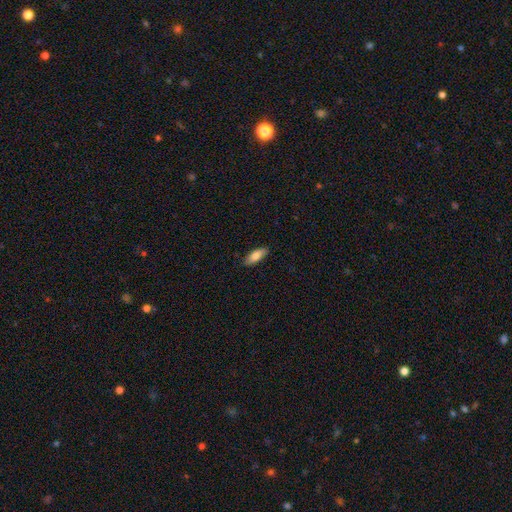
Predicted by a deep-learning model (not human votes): This appears to be a smooth galaxy with no disk features (77%) that is in between round and cigar-shaped (73%). Merging: none (86%).